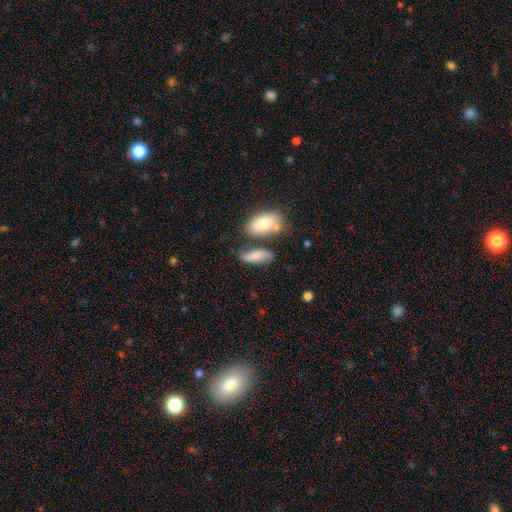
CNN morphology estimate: Overall: smooth (66%; featured or disk 26%). How rounded: in between (69%). Merging: none (57%; merger 19%).